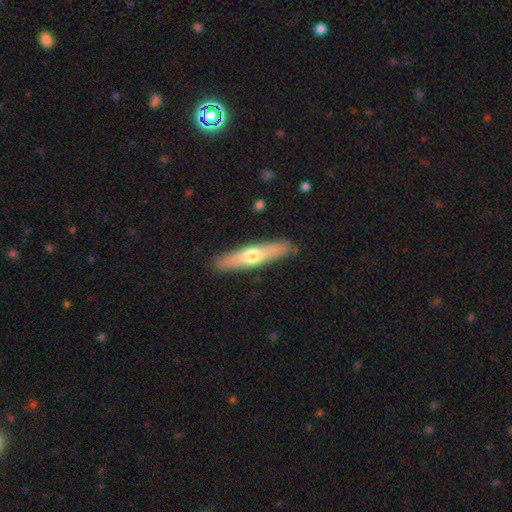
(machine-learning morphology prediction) This is possibly a smooth galaxy (48%). Merging: clearly none (90%).